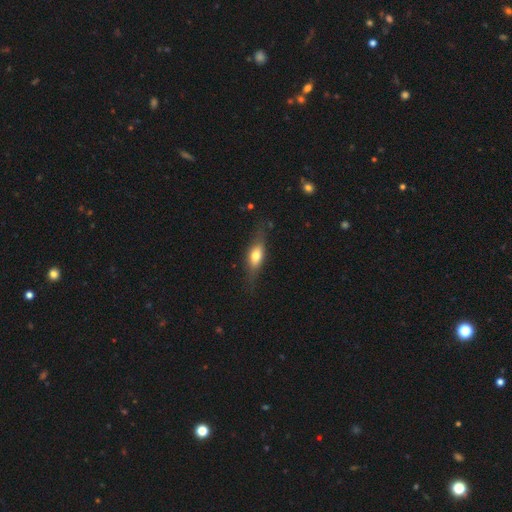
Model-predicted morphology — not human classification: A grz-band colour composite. It shows a smooth galaxy with no disk features (60%) that is in between round and cigar-shaped (61%). Merging: none (73%).